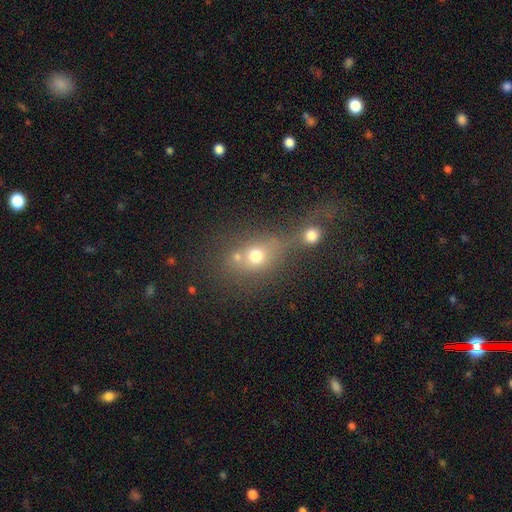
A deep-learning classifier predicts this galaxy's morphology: type=smooth (67%); roundness=round (62%); merging=merger (45%).